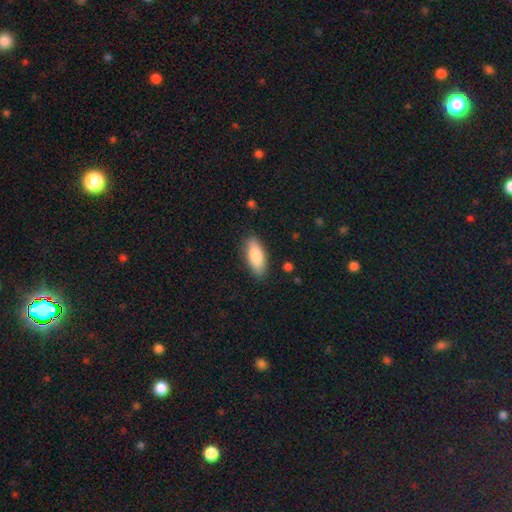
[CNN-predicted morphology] Smooth or featured: smooth — 85% (featured or disk — 9%)
How rounded: in between — 77% (cigar-shaped — 21%)
Merging: none — 86% (minor disturbance — 11%)